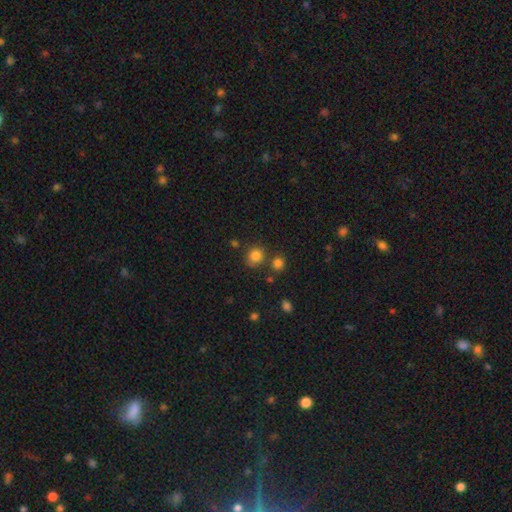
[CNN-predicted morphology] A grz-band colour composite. It shows a smooth galaxy with no disk features (82%) that is round (80%). Merging: none (71%).